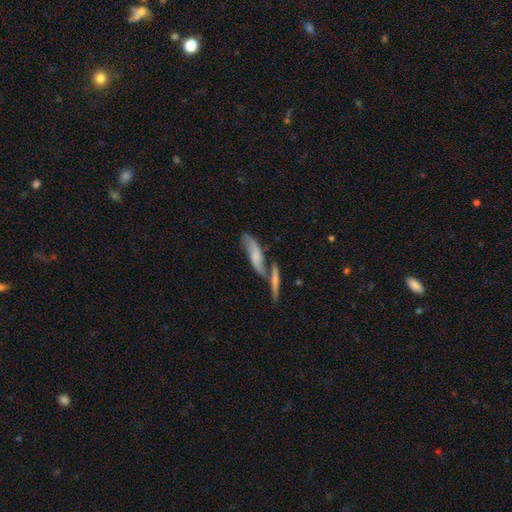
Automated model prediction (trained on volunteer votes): featured or disk 48%, smooth 44%, star or artifact 8%. Down the decision tree: merging — none (39%, tied with merger).